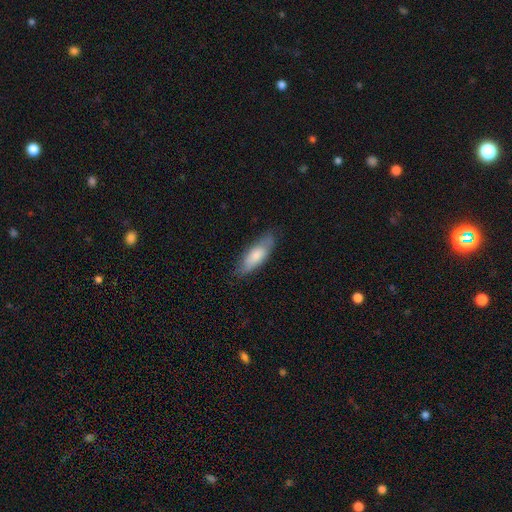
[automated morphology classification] Smooth or featured: smooth — 75% (featured or disk — 19%)
How rounded: in between — 62% (cigar-shaped — 36%)
Merging: none — 73% (minor disturbance — 21%)